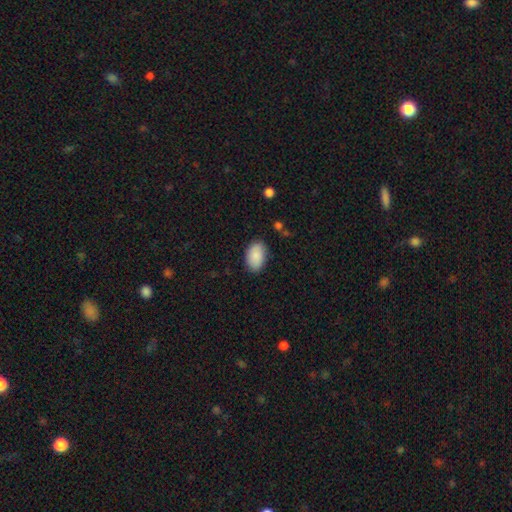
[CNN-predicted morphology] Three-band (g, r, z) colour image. It shows a smooth galaxy with no disk features (89%) that is in between round and cigar-shaped (92%). Merging: none (85%).